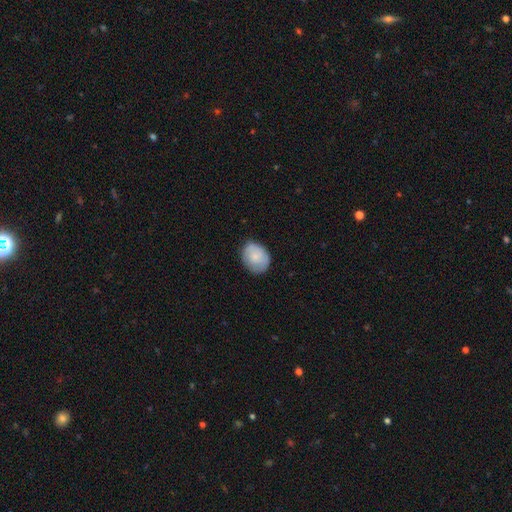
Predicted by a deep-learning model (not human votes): Smooth or featured?
  - smooth: 74% *
  - featured or disk: 19%
  - star or artifact: 7%
How rounded?
  - round: 50% *
  - in between: 49%
  - cigar-shaped: 1%
Merging?
  - none: 76% *
  - minor disturbance: 19%
  - major disturbance: 4%
  - merger: 1%